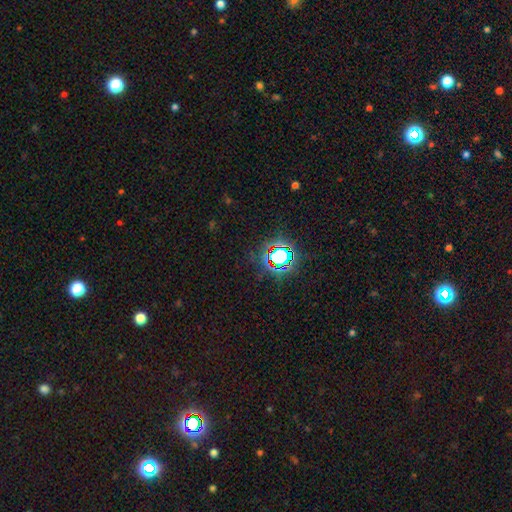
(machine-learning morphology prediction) Smooth or featured: star or artifact — 80% (smooth — 12%)